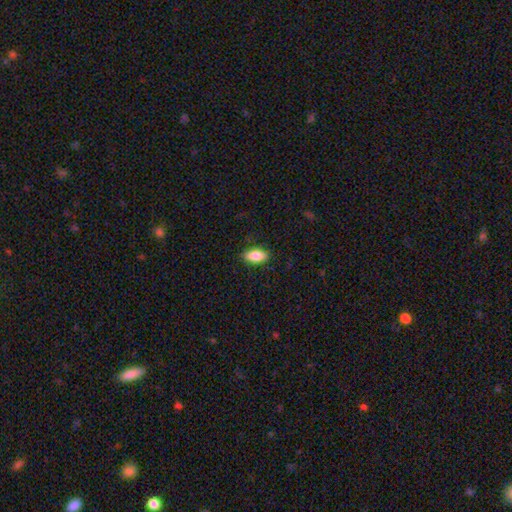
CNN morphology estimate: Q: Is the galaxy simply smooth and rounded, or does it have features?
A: smooth — 83%.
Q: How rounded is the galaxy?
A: in between — 87%.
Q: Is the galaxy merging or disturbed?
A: none — 87%.